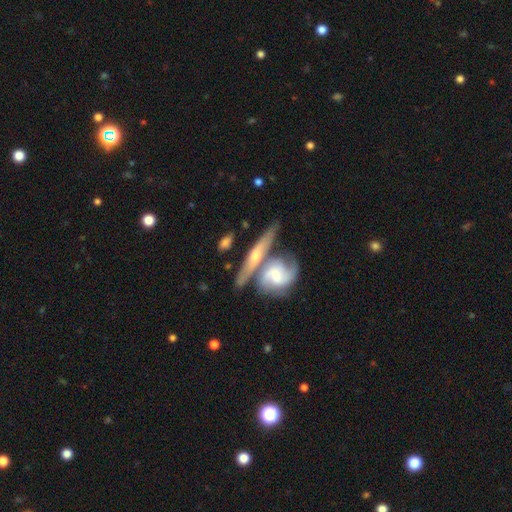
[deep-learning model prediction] Q: Smooth or featured?
A: featured or disk (67%); runner-up: smooth (28%)
Q: Edge-on disk?
A: yes (69%); runner-up: no (31%)
Q: Merging?
A: none (48%); runner-up: merger (34%)